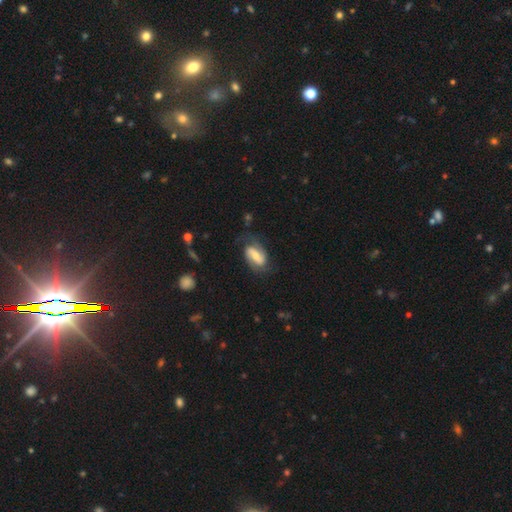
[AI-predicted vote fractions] Morphology: type=featured or disk (70%); edge-on=no (95%); bar=strong (43%); spiral arms=yes (90%); winding=medium (42%); arm count=2 (85%); bulge=moderate (47%); merging=none (64%).